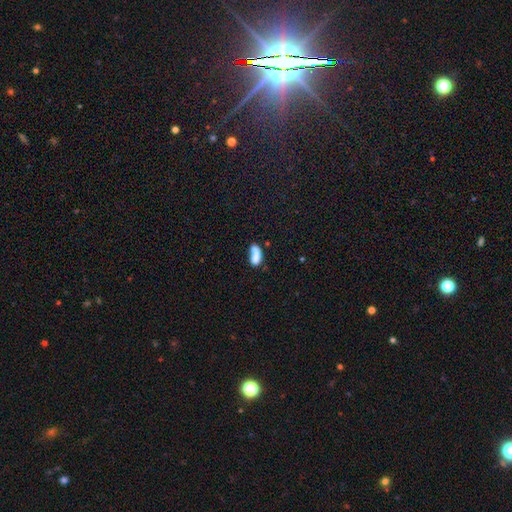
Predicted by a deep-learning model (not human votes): A smooth galaxy with no disk features (72%) that is in between round and cigar-shaped (78%). Merging: none (31%).